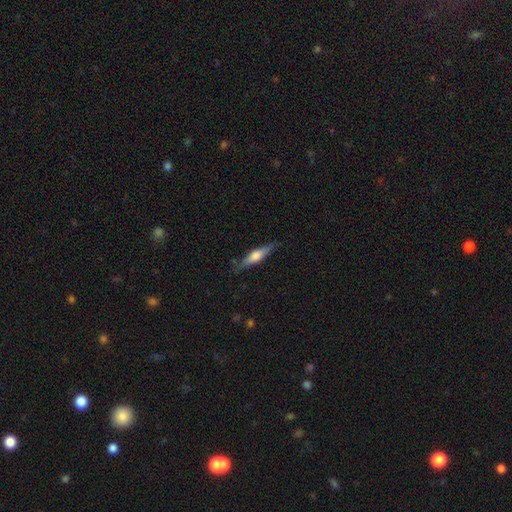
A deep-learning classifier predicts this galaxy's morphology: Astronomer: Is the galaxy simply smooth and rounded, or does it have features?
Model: featured or disk — 53% (runner-up: smooth, 42%).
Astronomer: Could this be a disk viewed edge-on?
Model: yes — 94%.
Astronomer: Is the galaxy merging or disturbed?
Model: none — 82%.